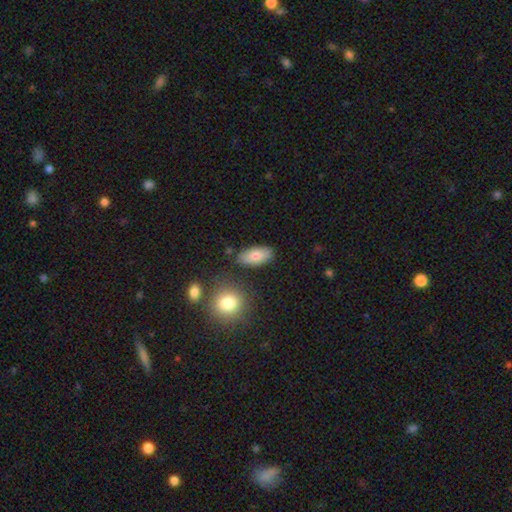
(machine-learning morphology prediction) This appears to be a smooth galaxy with no disk features (85%) that is in between round and cigar-shaped (90%). Merging: none (78%).